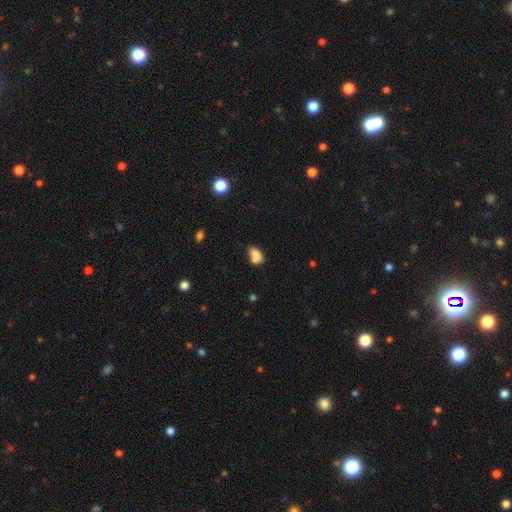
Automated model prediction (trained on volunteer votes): A smooth galaxy with no disk features (78%) that is in between round and cigar-shaped (84%).

Vote fractions:
- Smooth or featured? smooth: 78% / featured or disk: 12% / star or artifact: 10%
- How rounded? in between: 84% / round: 13% / cigar-shaped: 3%
- Merging? none: 36% / merger: 30% / minor disturbance: 24% / major disturbance: 10%